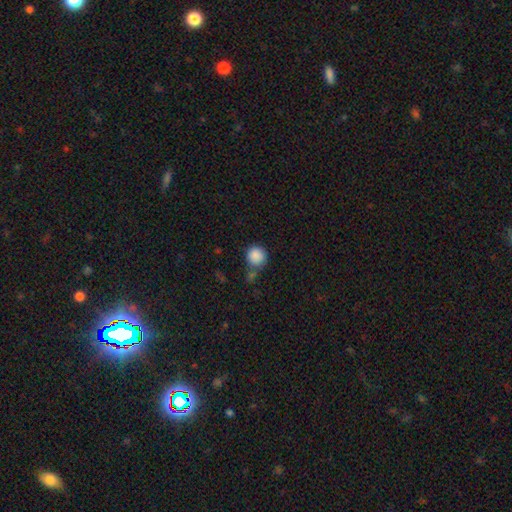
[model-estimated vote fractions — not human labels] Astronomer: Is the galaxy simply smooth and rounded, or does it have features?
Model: smooth — 87%.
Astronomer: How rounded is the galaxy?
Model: round — 92%.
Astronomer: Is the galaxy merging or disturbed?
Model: none — 63%.